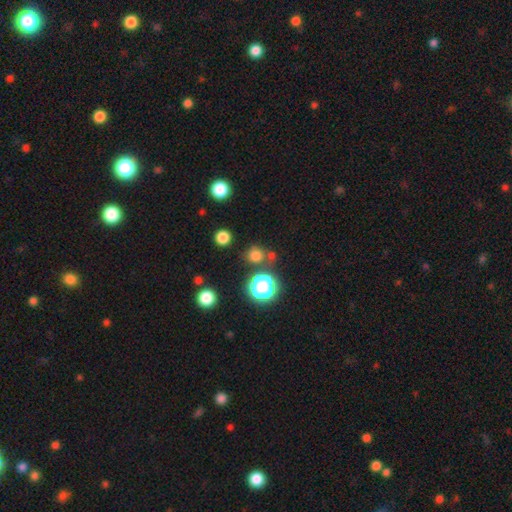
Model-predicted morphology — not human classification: smooth_or_featured: smooth (p=0.71) [alt: star or artifact p=0.23]
how_rounded: round (p=0.87) [alt: in between p=0.12]
merging: none (p=0.76) [alt: merger p=0.10]